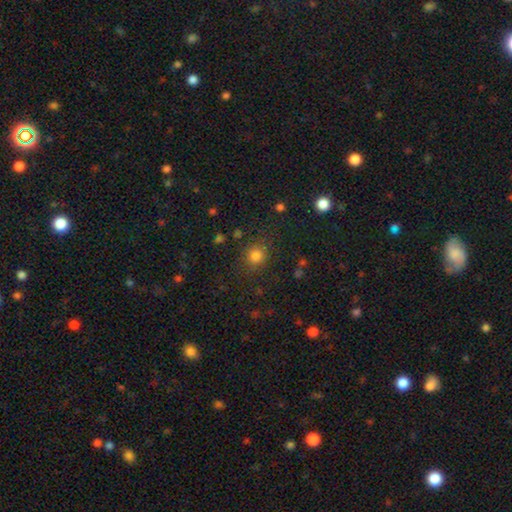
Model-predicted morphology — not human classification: A smooth galaxy with no disk features (79%) that is round (83%). Merging: none (81%).